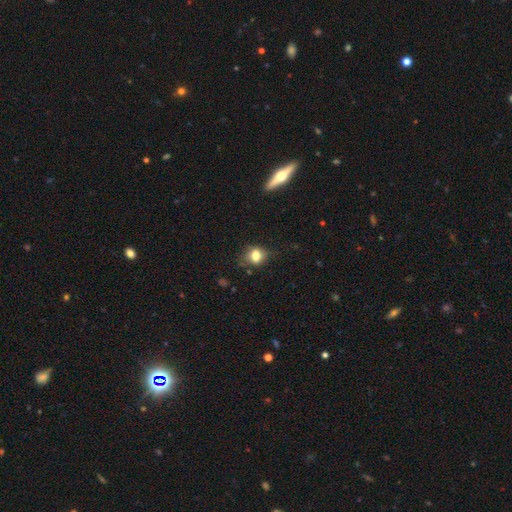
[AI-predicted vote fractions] The model was most divided on "how rounded": round: 53%, in between: 45%, cigar-shaped: 2%. More confident: smooth or featured — smooth (76%); merging — none (66%).